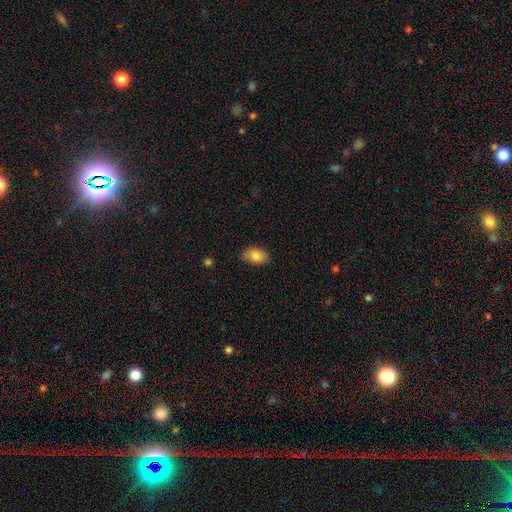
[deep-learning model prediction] Overall: smooth (85%). How rounded: in between (89%). Merging: none (78%).